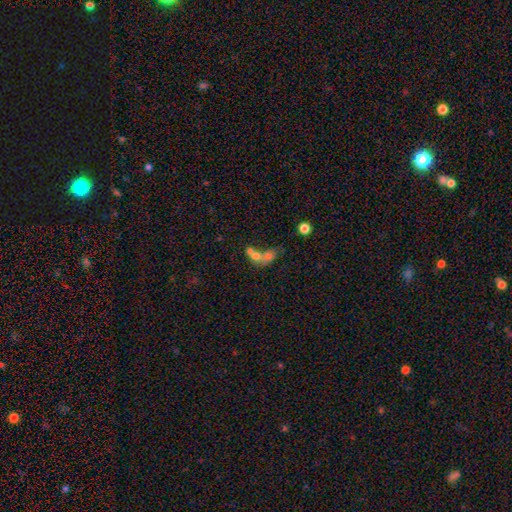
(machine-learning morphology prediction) Overall: smooth (60%; featured or disk 26%). How rounded: in between (51%; round 47%). Merging: merger (71%).